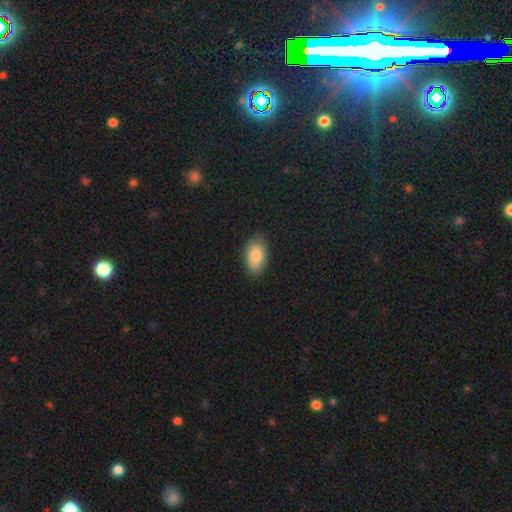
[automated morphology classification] smooth_or_featured: smooth (p=0.86) [alt: featured or disk p=0.08]
how_rounded: in between (p=0.93) [alt: round p=0.06]
merging: none (p=0.83) [alt: minor disturbance p=0.14]